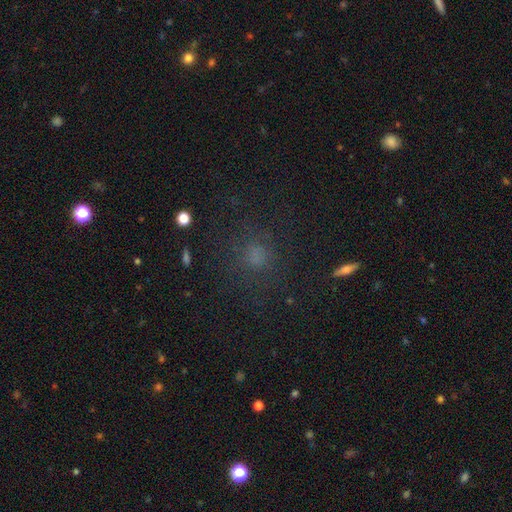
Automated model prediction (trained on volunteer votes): smooth_or_featured: smooth (p=0.60) [alt: star or artifact p=0.27]
how_rounded: round (p=0.79) [alt: in between p=0.19]
merging: none (p=0.74) [alt: minor disturbance p=0.14]